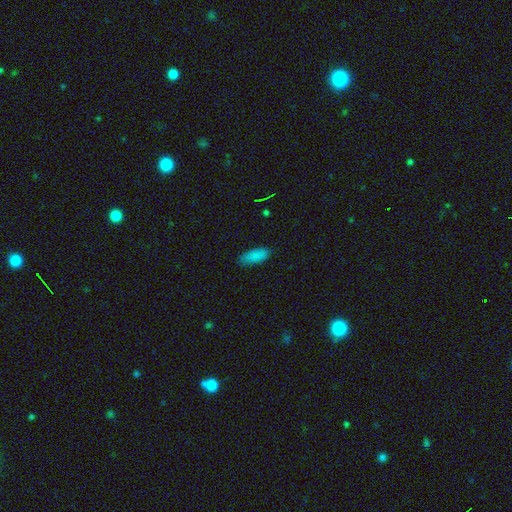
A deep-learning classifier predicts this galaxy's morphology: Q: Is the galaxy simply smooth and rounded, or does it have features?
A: smooth — 87%.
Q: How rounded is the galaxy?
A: in between — 80%.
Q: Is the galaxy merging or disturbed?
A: none — 83%.